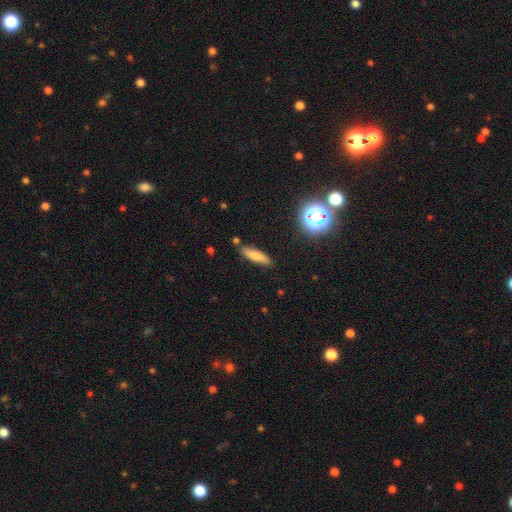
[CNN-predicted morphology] Smooth or featured?
  - smooth: 75% *
  - featured or disk: 16%
  - star or artifact: 10%
How rounded?
  - cigar-shaped: 65% *
  - in between: 32%
  - round: 2%
Merging?
  - none: 84% *
  - minor disturbance: 11%
  - merger: 3%
  - major disturbance: 2%